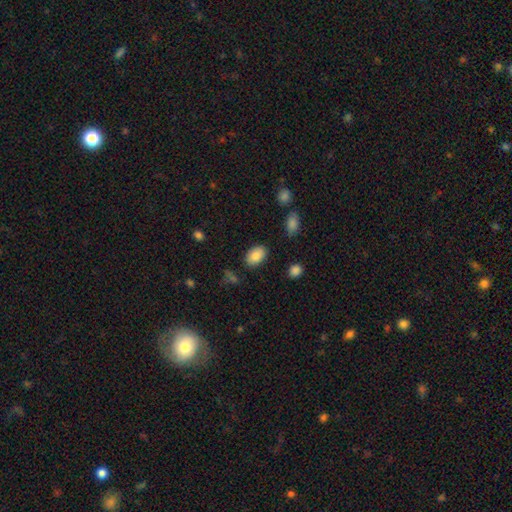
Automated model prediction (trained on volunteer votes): Smooth or featured? smooth (83%)
How rounded? in between (88%)
Merging? none (85%)